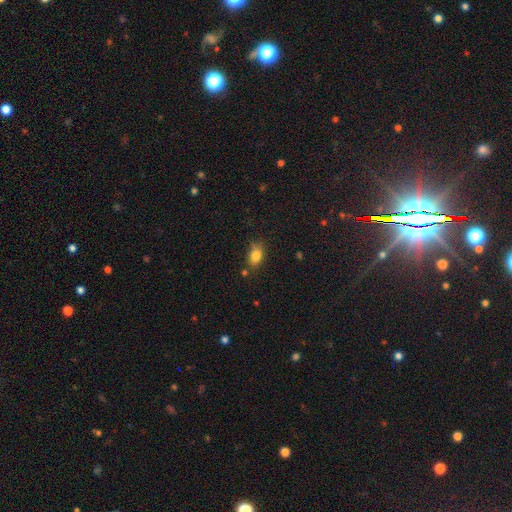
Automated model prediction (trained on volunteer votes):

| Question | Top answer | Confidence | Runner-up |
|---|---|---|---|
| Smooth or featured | smooth | 82% | star or artifact (10%) |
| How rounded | in between | 76% | round (22%) |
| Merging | none | 68% | minor disturbance (23%) |